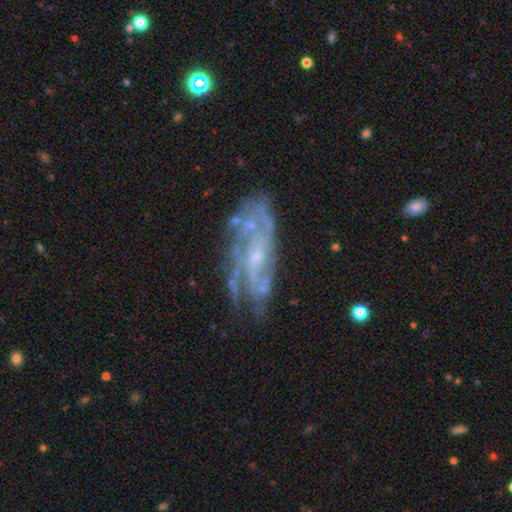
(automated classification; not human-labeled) A featured or disk galaxy (84%) with no bar (60%), tight (52%) spiral arms (91%) and a small central bulge (66%). Merging: none (64%).